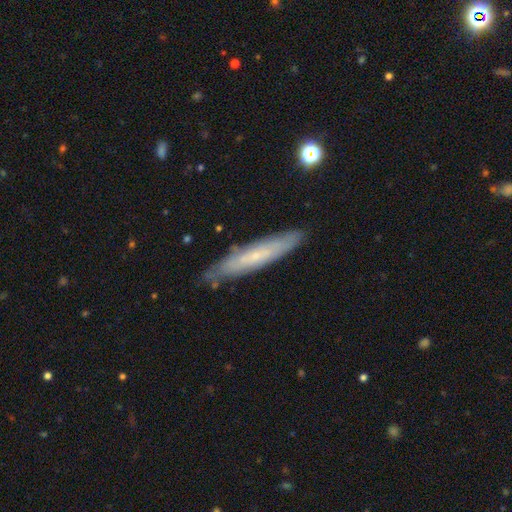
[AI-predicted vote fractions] The model was most divided on "smooth or featured": featured or disk: 52%, smooth: 40%, star or artifact: 7%. More confident: merging — none (81%); edge-on disk — yes (64%).